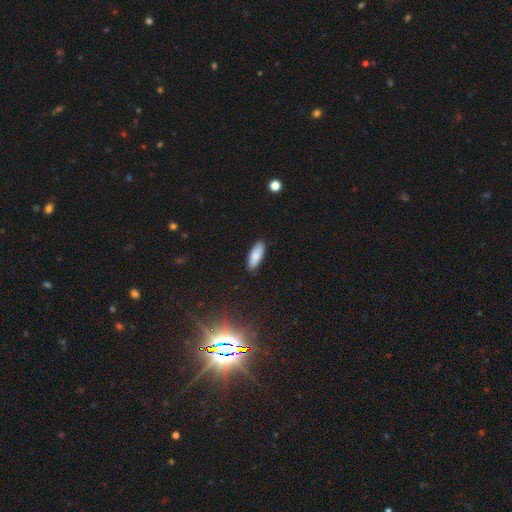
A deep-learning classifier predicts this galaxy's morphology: Overall: smooth (87%). How rounded: in between (72%). Merging: none (88%).